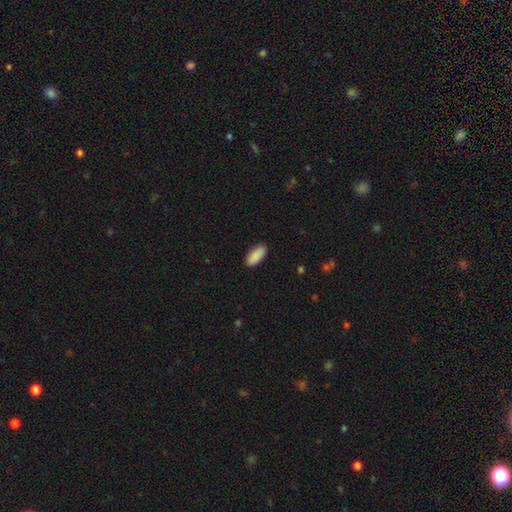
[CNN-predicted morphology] Smooth or featured?
  - smooth: 91% *
  - star or artifact: 6%
  - featured or disk: 4%
How rounded?
  - in between: 88% *
  - cigar-shaped: 10%
  - round: 2%
Merging?
  - none: 89% *
  - minor disturbance: 8%
  - major disturbance: 2%
  - merger: 1%